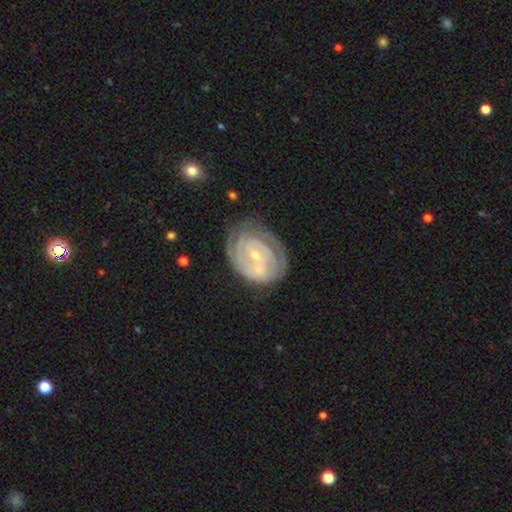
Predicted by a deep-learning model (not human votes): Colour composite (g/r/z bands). It shows a featured or disk galaxy (83%) with no bar (55%), 2 (37%) tight (75%) spiral arms (92%) and a small central bulge (71%). Merging: none (62%).